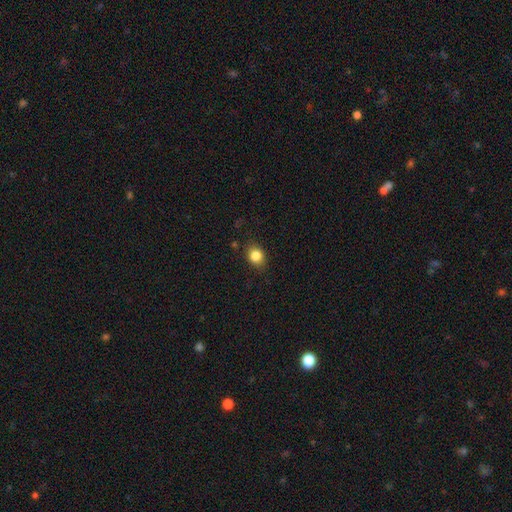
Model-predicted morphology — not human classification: smooth-or-featured: smooth: 84% | star or artifact: 10% | featured or disk: 6%
  how-rounded: round: 59% | in between: 40% | cigar-shaped: 1%
  merging: none: 84% | minor disturbance: 12% | major disturbance: 3% | merger: 1%